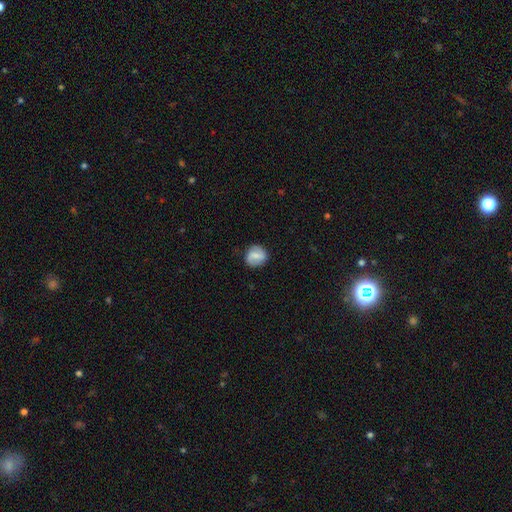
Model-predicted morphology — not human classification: Smooth or featured?
  - featured or disk: 47% *
  - smooth: 46%
  - star or artifact: 8%
Merging?
  - none: 82% *
  - minor disturbance: 12%
  - major disturbance: 4%
  - merger: 1%